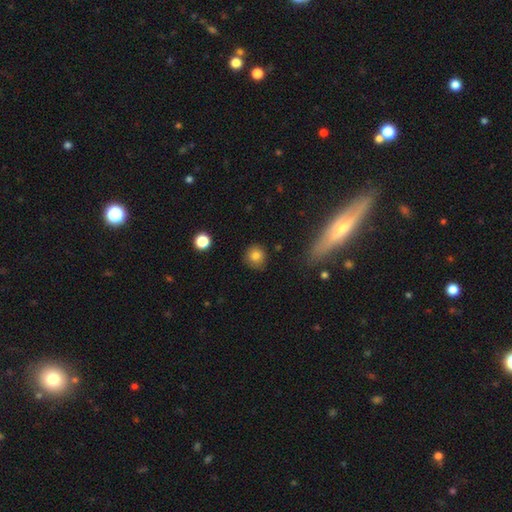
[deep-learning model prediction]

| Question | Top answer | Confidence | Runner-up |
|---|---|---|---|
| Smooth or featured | smooth | 81% | star or artifact (10%) |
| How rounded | round | 89% | in between (10%) |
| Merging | none | 83% | minor disturbance (12%) |